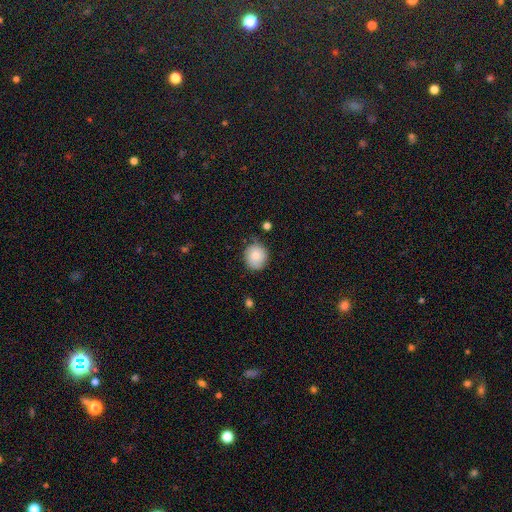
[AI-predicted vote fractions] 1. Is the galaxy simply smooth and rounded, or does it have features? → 79% smooth, 14% featured or disk, 8% star or artifact.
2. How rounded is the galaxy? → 88% round, 11% in between, 1% cigar-shaped.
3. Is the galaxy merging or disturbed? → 74% none, 20% minor disturbance, 4% major disturbance, 2% merger.